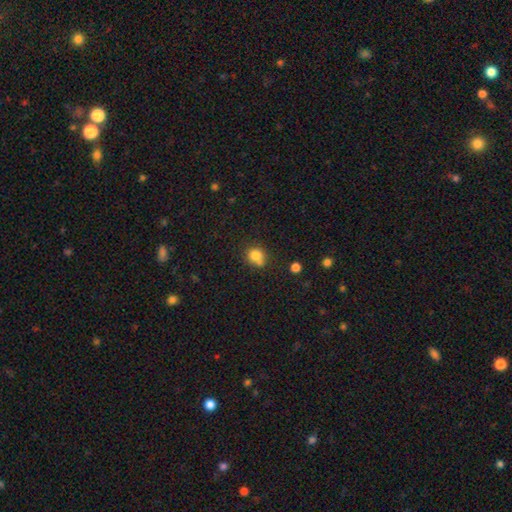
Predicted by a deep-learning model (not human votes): Smooth or featured? smooth (79%)
How rounded? round (78%)
Merging? none (52%)